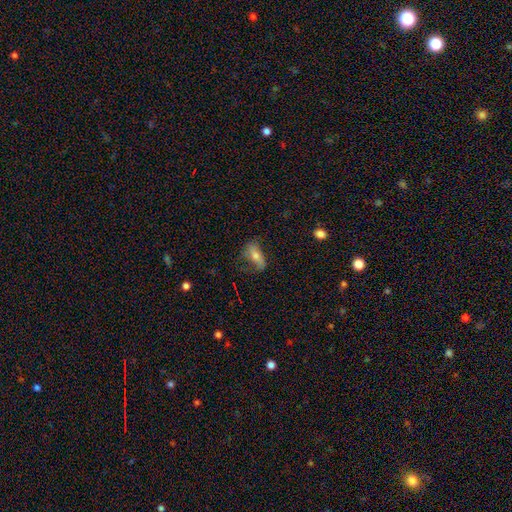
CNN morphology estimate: smooth_or_featured: smooth (p=0.51) [alt: featured or disk p=0.40]
how_rounded: in between (p=0.74) [alt: cigar-shaped p=0.20]
merging: none (p=0.59) [alt: minor disturbance p=0.25]